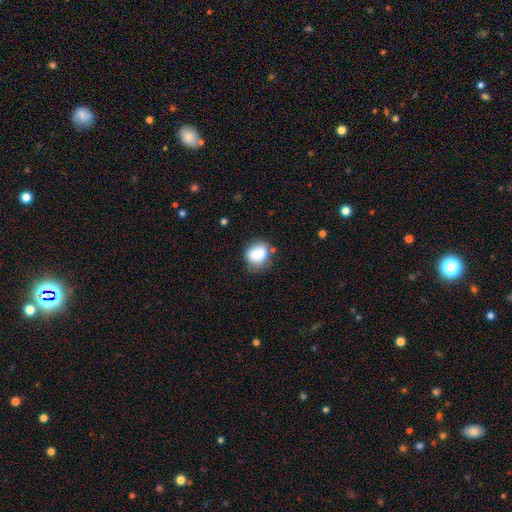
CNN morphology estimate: smooth 81%, featured or disk 10%, star or artifact 9%. Down the decision tree: how rounded — round (59%); merging — none (68%).